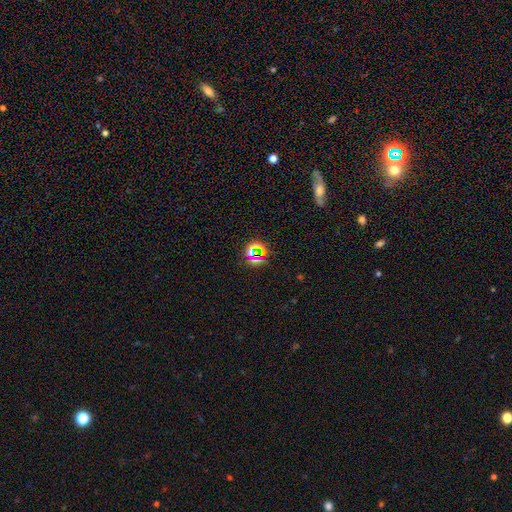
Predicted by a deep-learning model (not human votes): Smooth or featured: star or artifact — 60% (smooth — 29%)